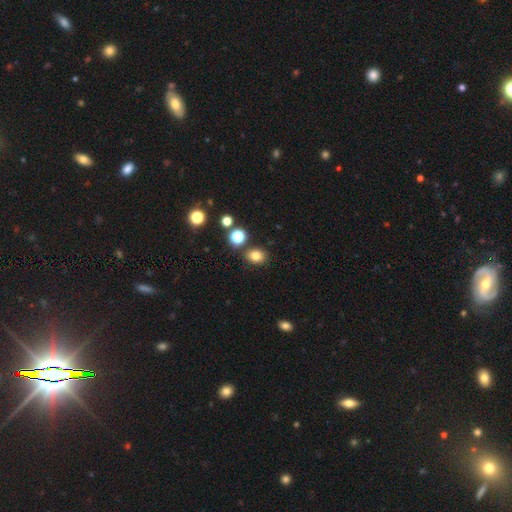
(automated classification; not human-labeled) Smooth or featured? Predicted: smooth (p=0.78). How rounded? Predicted: in between (p=0.51). Merging? Predicted: none (p=0.83).